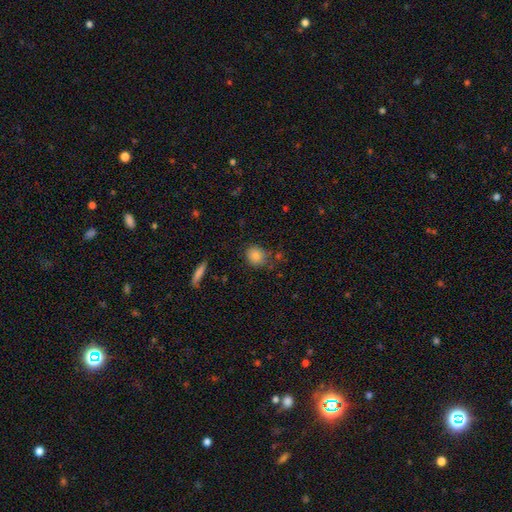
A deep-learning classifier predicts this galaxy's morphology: This is clearly a smooth galaxy (82%). How rounded: likely round (71%). Merging: likely none (77%).